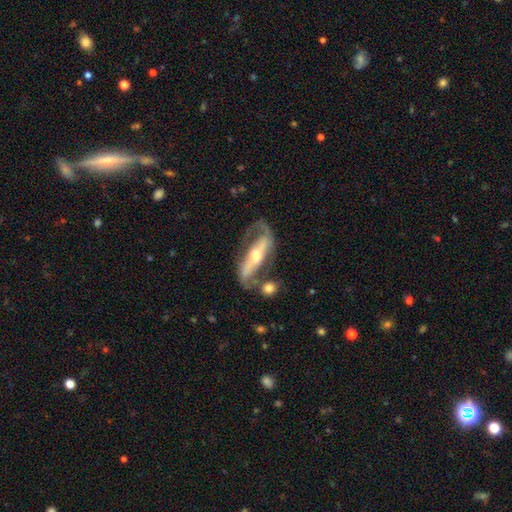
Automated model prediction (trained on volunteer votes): smooth-or-featured: featured or disk: 81% | smooth: 14% | star or artifact: 5%
  disk-edge-on: no: 75% | yes: 25%
    bar: strong: 58% | no: 23% | weak: 19%
    has-spiral-arms: yes: 83% | no: 17%
      spiral-winding: loose: 46% | medium: 35% | tight: 19%
      spiral-arm-count: 2: 79% | 1: 10% | can't tell: 7% | 3: 1% | 4: 1% | more than 4: 1%
    bulge-size: moderate: 62% | small: 30% | large: 5% | none: 1% | dominant: 1%
  merging: none: 50% | minor disturbance: 19% | major disturbance: 19% | merger: 12%